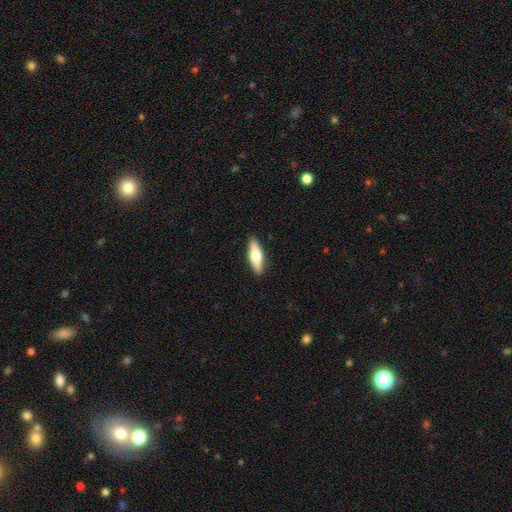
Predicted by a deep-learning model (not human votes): Overall: smooth (53%; featured or disk 42%). How rounded: cigar-shaped (55%; in between 43%). Merging: none (90%).